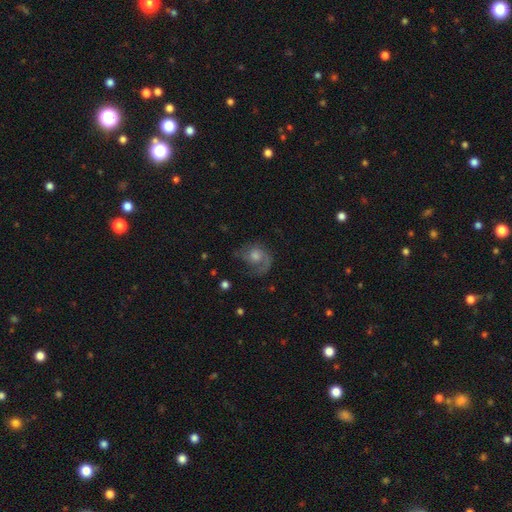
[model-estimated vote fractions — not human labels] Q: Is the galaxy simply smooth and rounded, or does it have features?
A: featured or disk — 68%.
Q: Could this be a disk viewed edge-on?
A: no — 97%.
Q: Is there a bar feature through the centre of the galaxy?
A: no — 76%.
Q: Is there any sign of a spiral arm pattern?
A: yes — 89%.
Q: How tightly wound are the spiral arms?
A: medium — 45%.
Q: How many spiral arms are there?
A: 1 — 49%.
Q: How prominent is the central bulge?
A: moderate — 54%.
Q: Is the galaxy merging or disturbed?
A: none — 54%.